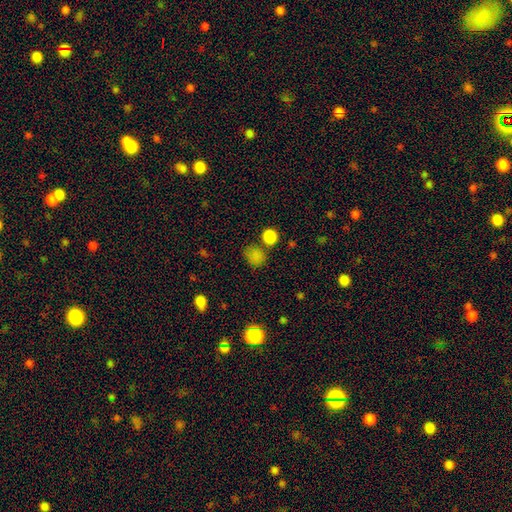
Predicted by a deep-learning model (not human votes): Smooth or featured? Predicted: smooth (p=0.78). How rounded? Predicted: round (p=0.68). Merging? Predicted: none (p=0.68).